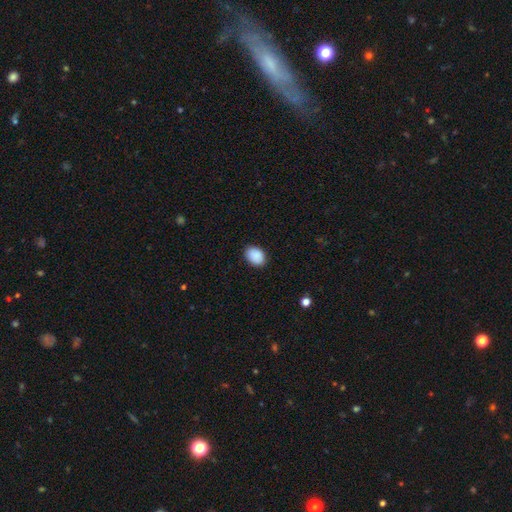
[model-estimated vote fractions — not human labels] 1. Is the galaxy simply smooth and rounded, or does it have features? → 90% smooth, 7% star or artifact, 3% featured or disk.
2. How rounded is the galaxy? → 73% in between, 26% round, 1% cigar-shaped.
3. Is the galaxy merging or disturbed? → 87% none, 10% minor disturbance, 2% major disturbance, 1% merger.